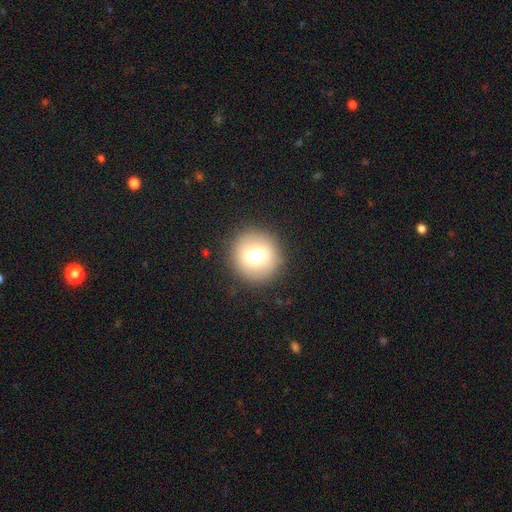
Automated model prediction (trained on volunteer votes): Smooth or featured?
  - smooth: 69% *
  - featured or disk: 18%
  - star or artifact: 13%
How rounded?
  - round: 94% *
  - in between: 5%
  - cigar-shaped: 1%
Merging?
  - none: 89% *
  - minor disturbance: 7%
  - major disturbance: 3%
  - merger: 1%